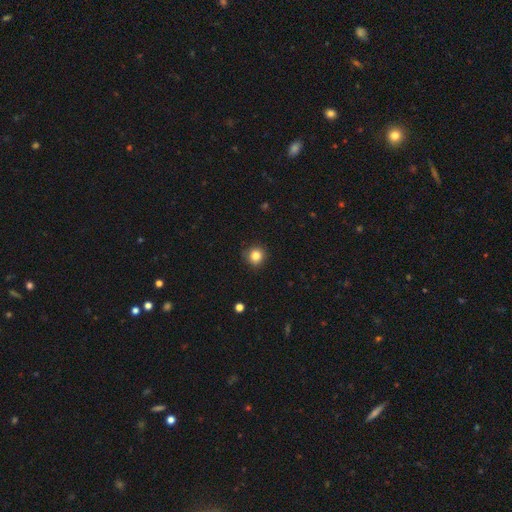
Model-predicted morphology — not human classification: Smooth or featured?
  - smooth: 83% *
  - star or artifact: 12%
  - featured or disk: 6%
How rounded?
  - round: 92% *
  - in between: 8%
  - cigar-shaped: 1%
Merging?
  - none: 87% *
  - minor disturbance: 10%
  - major disturbance: 2%
  - merger: 1%